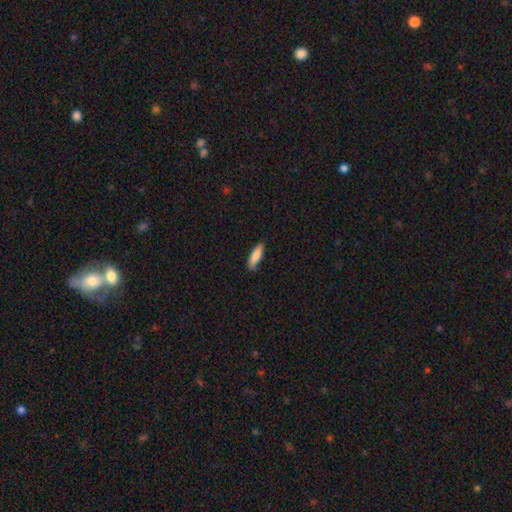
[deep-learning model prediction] A smooth galaxy with no disk features (85%) that is cigar-shaped (55%). Merging: none (84%).